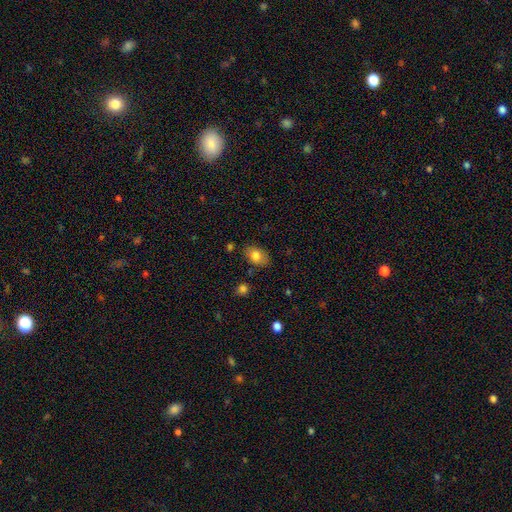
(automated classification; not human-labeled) The model was most divided on "merging": none: 78%, minor disturbance: 16%, major disturbance: 3%, merger: 3%. More confident: how rounded — in between (82%); smooth or featured — smooth (80%).